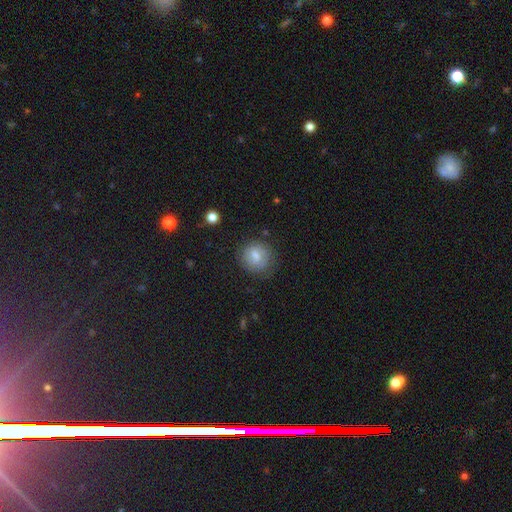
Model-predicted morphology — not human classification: Overall: smooth (62%; featured or disk 29%). How rounded: round (79%). Merging: none (76%).